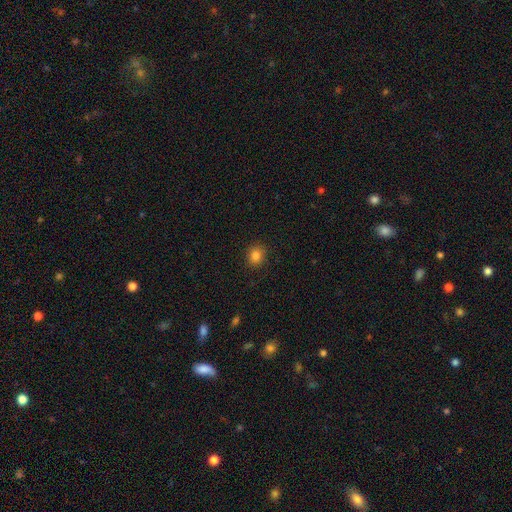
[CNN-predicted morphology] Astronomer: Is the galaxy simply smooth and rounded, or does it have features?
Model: smooth — 83%.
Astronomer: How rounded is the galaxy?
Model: round — 76%.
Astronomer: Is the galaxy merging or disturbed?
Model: none — 89%.